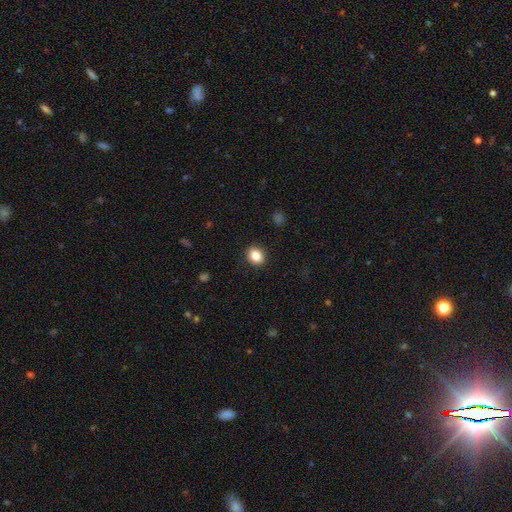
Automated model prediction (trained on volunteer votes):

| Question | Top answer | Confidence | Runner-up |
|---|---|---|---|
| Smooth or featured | smooth | 85% | star or artifact (9%) |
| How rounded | round | 55% | in between (44%) |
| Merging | none | 90% | minor disturbance (7%) |